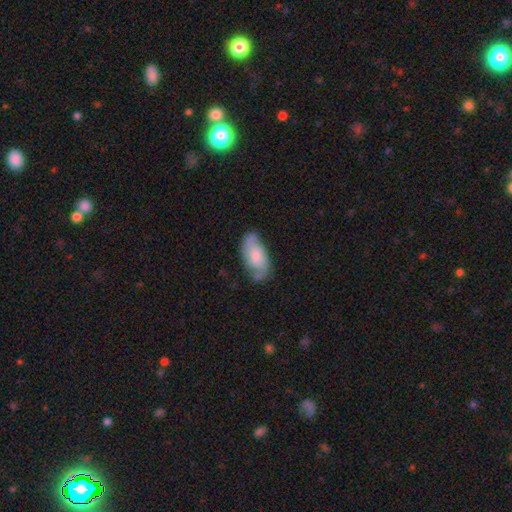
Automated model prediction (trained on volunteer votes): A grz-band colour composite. It shows a smooth galaxy with no disk features (49%). Merging: none (67%).